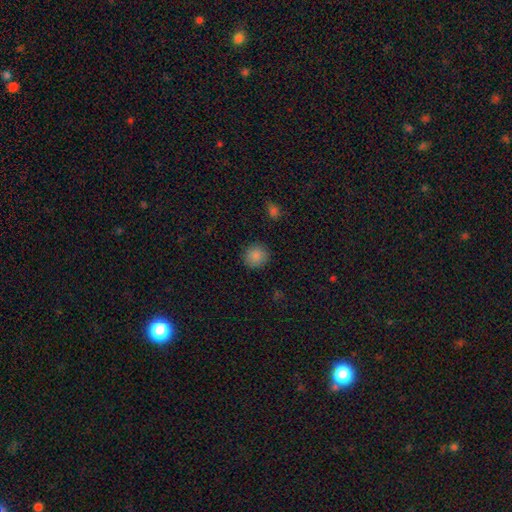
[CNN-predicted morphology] smooth 86%, star or artifact 10%, featured or disk 4%. Down the decision tree: how rounded — round (90%); merging — none (90%).